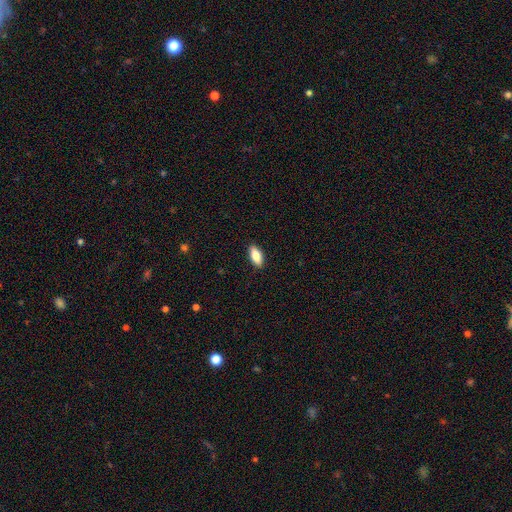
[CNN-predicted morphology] This appears to be a smooth galaxy with no disk features (81%) that is in between round and cigar-shaped (84%). Merging: none (90%).